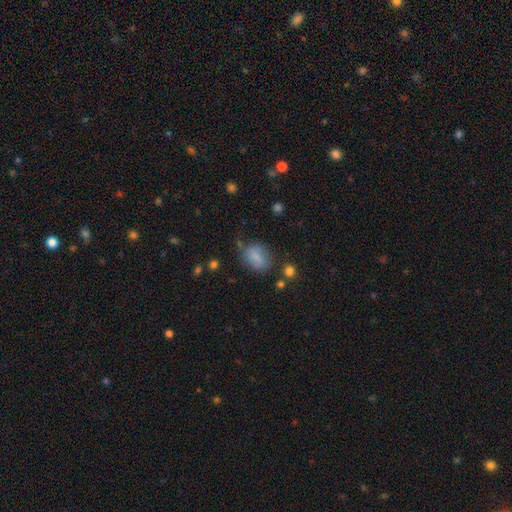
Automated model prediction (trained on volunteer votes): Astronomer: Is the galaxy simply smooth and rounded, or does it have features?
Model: smooth — 78%.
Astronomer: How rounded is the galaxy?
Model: in between — 69%.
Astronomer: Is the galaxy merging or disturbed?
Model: none — 59%.